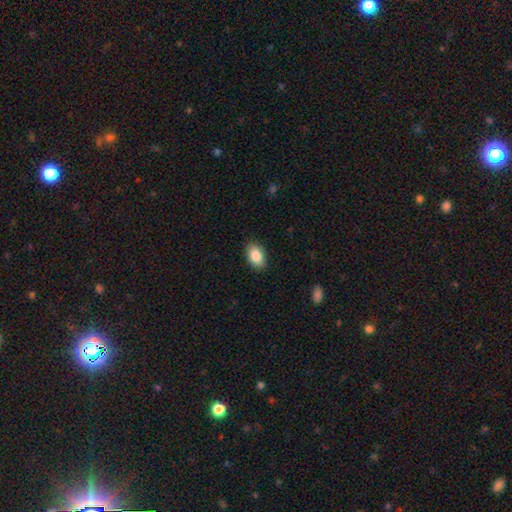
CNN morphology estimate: A smooth galaxy with no disk features (86%) that is in between round and cigar-shaped (90%).

Vote fractions:
- Smooth or featured? smooth: 86% / star or artifact: 7% / featured or disk: 7%
- How rounded? in between: 90% / round: 8% / cigar-shaped: 2%
- Merging? none: 88% / minor disturbance: 9% / major disturbance: 2% / merger: 1%